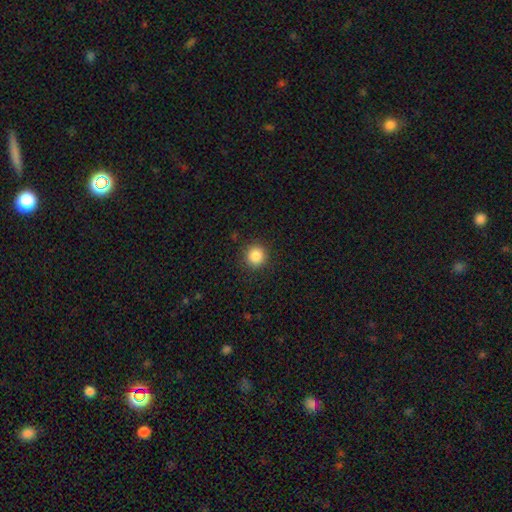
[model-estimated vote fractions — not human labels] The model was most divided on "smooth or featured": smooth: 86%, star or artifact: 10%, featured or disk: 3%. More confident: how rounded — round (94%); merging — none (91%).